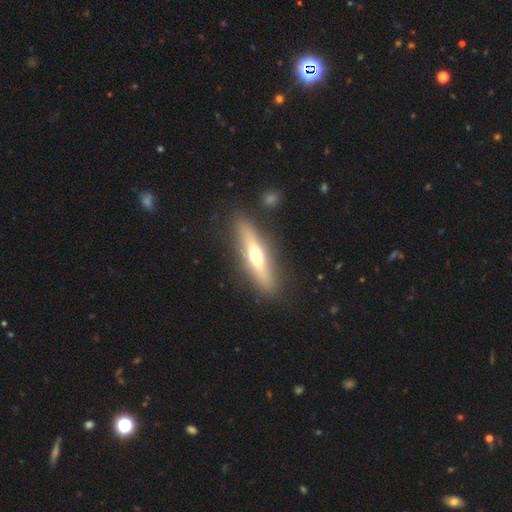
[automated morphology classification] Smooth or featured? Predicted: featured or disk (p=0.57). Edge-on disk? Predicted: yes (p=0.88). Merging? Predicted: none (p=0.86).